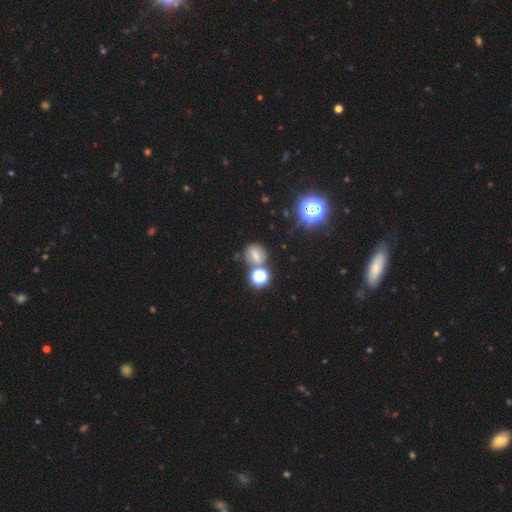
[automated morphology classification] smooth-or-featured: smooth: 50% | star or artifact: 28% | featured or disk: 21%
  how-rounded: round: 58% | in between: 40% | cigar-shaped: 2%
  merging: none: 64% | merger: 16% | minor disturbance: 14% | major disturbance: 6%